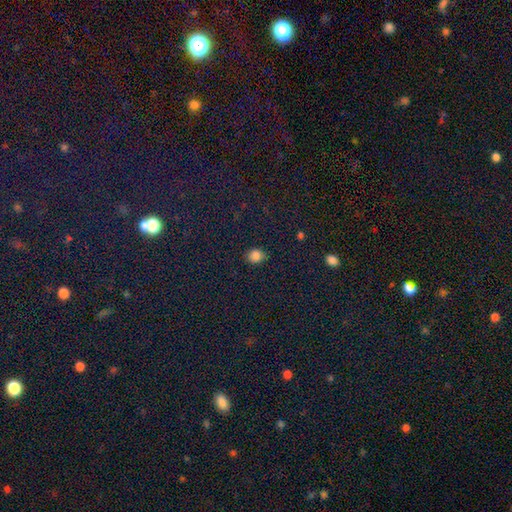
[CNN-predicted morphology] The model was most divided on "how rounded": round: 56%, in between: 43%, cigar-shaped: 1%. More confident: merging — none (84%); smooth or featured — smooth (83%).